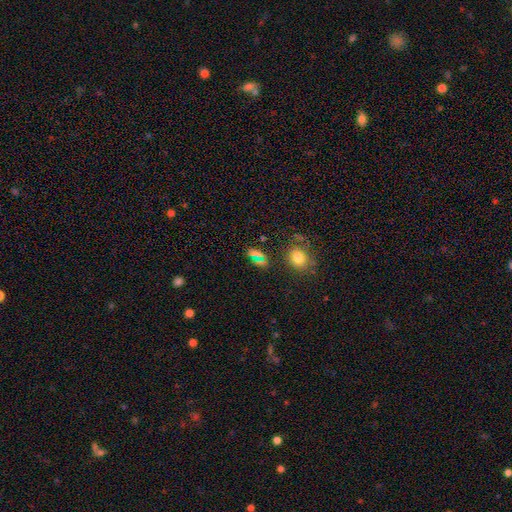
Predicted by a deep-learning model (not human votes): The model was most divided on "smooth or featured": smooth: 55%, star or artifact: 34%, featured or disk: 11%. More confident: merging — none (73%); how rounded — in between (59%).